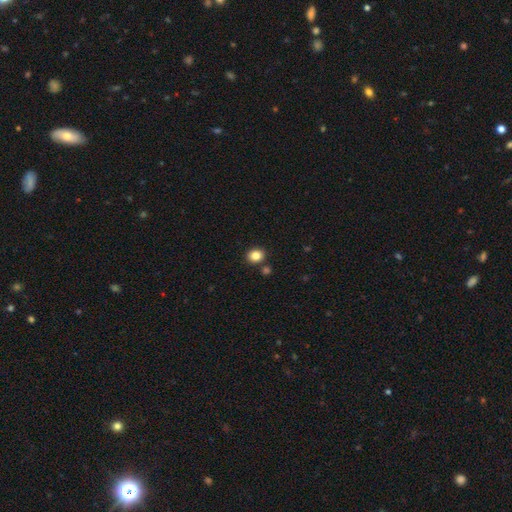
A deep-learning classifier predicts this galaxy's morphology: Overall: smooth (85%). How rounded: round (68%; in between 31%). Merging: none (84%).